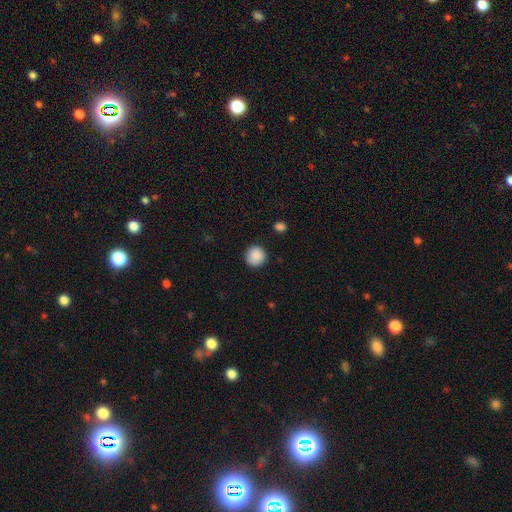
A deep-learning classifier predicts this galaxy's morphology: A smooth galaxy with no disk features (89%) that is round (95%).

Vote fractions:
- Smooth or featured? smooth: 89% / star or artifact: 8% / featured or disk: 3%
- How rounded? round: 95% / in between: 5% / cigar-shaped: 1%
- Merging? none: 90% / minor disturbance: 6% / major disturbance: 2% / merger: 1%